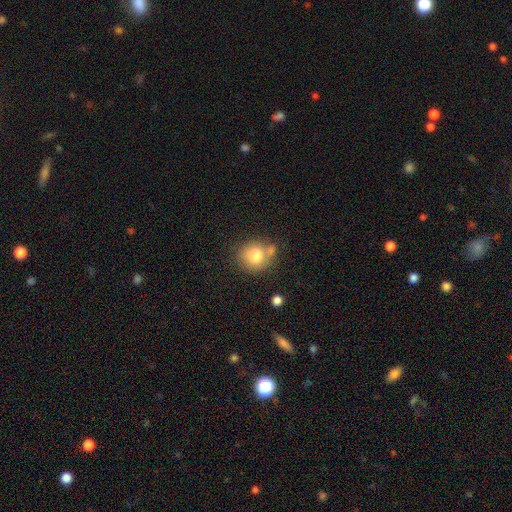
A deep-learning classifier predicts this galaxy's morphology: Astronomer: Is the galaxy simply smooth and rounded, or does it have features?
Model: smooth — 80%.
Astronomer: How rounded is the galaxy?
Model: round — 83%.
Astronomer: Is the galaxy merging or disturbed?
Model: none — 56%.